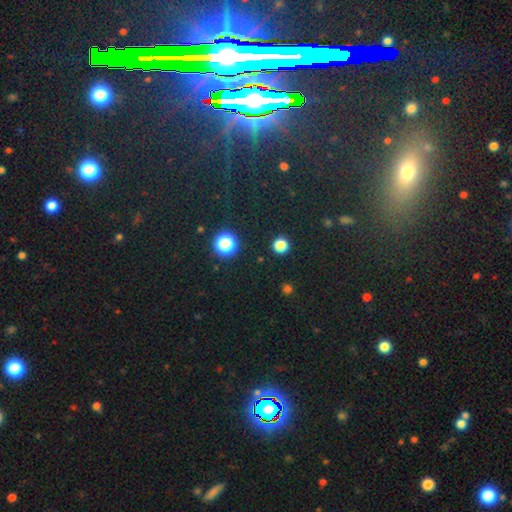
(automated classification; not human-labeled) A star or artifact, not a galaxy (70%).